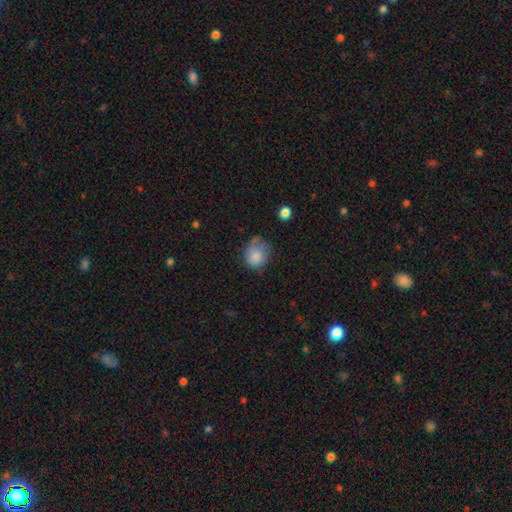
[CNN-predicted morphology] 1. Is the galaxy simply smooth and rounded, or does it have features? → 82% smooth, 9% star or artifact, 9% featured or disk.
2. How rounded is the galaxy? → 66% round, 33% in between, 1% cigar-shaped.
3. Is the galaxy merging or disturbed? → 49% none, 33% minor disturbance, 13% major disturbance, 4% merger.